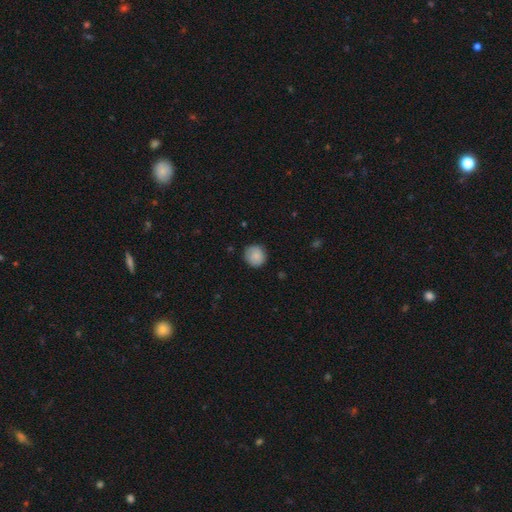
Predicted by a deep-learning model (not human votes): A smooth galaxy with no disk features (85%) that is round (87%).

Vote fractions:
- Smooth or featured? smooth: 85% / featured or disk: 8% / star or artifact: 7%
- How rounded? round: 87% / in between: 12% / cigar-shaped: 1%
- Merging? none: 84% / minor disturbance: 13% / major disturbance: 3% / merger: 1%